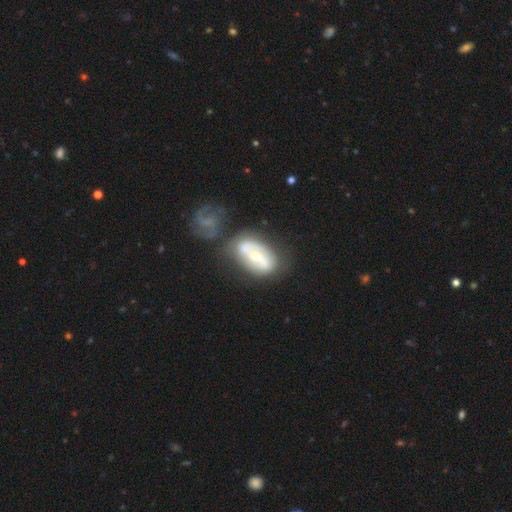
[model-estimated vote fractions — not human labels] Smooth or featured: featured or disk — 69% (smooth — 25%)
Edge-on disk: no — 93% (yes — 7%)
Bar: strong — 35% (tied with no — 35%)
Spiral arms: yes — 67% (no — 33%)
Bulge size: moderate — 56% (small — 38%)
Merging: none — 48% (merger — 28%)